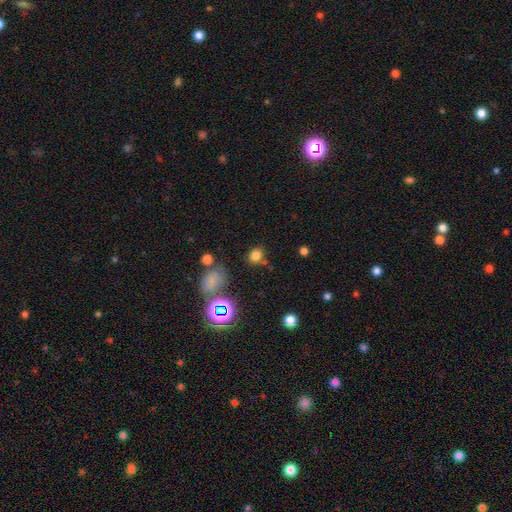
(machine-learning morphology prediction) Smooth or featured: smooth — 75% (star or artifact — 18%)
How rounded: round — 65% (in between — 34%)
Merging: none — 71% (minor disturbance — 15%)